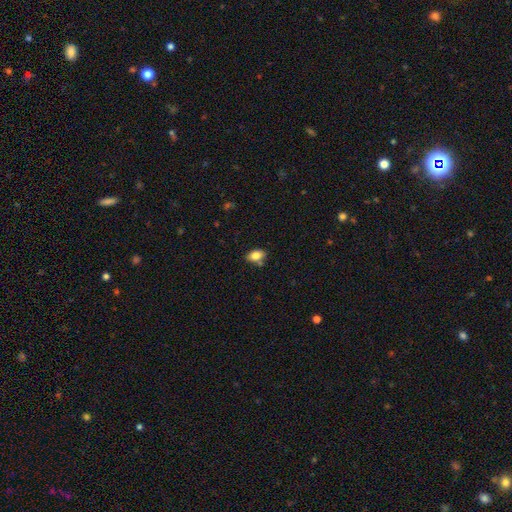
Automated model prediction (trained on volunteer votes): smooth-or-featured: smooth: 82% | featured or disk: 10% | star or artifact: 8%
  how-rounded: in between: 88% | round: 9% | cigar-shaped: 3%
  merging: none: 73% | minor disturbance: 16% | merger: 8% | major disturbance: 3%